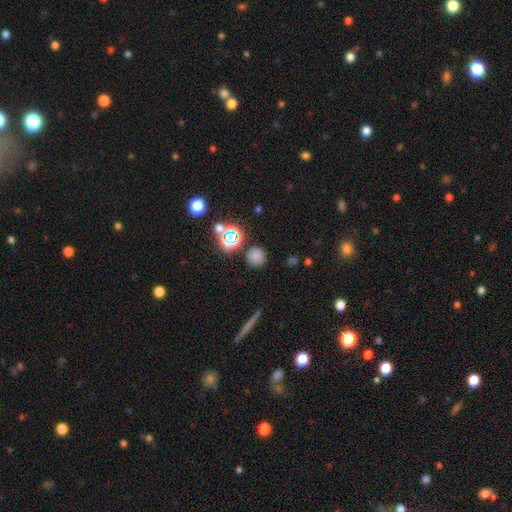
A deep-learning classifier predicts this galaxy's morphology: type=smooth (71%); roundness=round (91%); merging=none (82%).